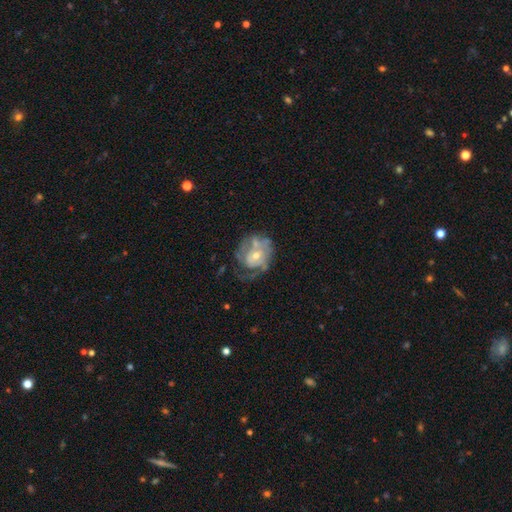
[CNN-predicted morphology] A featured or disk galaxy (74%) with no bar (74%), tight (52%) spiral arms (72%) and a small central bulge (49%). Merging: none (44%).